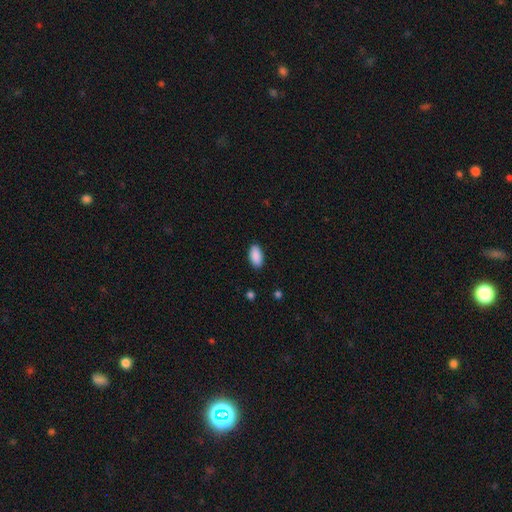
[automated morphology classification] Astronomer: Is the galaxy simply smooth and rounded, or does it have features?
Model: smooth — 90%.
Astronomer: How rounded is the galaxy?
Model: in between — 94%.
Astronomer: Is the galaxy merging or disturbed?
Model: none — 89%.